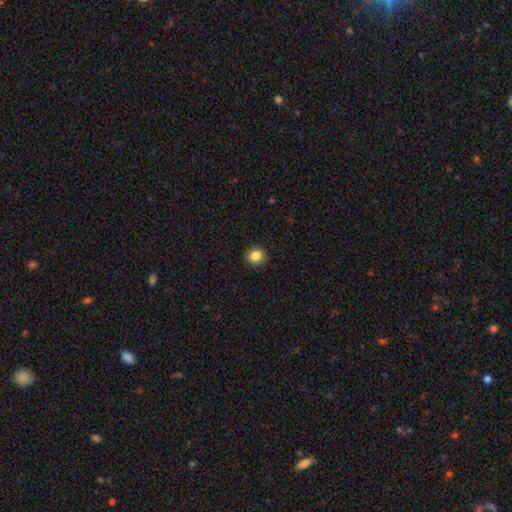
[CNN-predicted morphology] Overall: smooth (85%). How rounded: round (85%). Merging: none (92%).